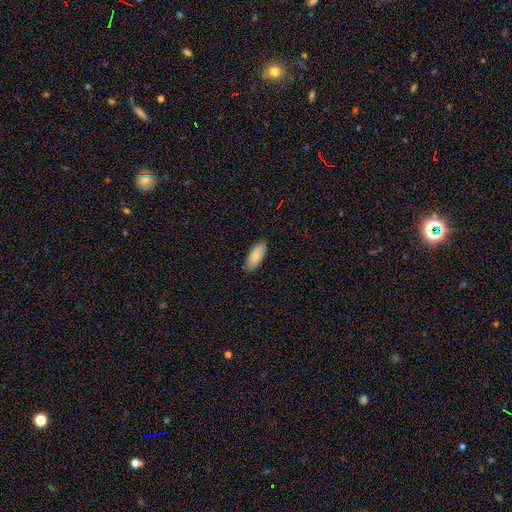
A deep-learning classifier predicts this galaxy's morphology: Smooth or featured: smooth — 82% (featured or disk — 12%)
How rounded: in between — 83% (cigar-shaped — 15%)
Merging: none — 87% (minor disturbance — 10%)